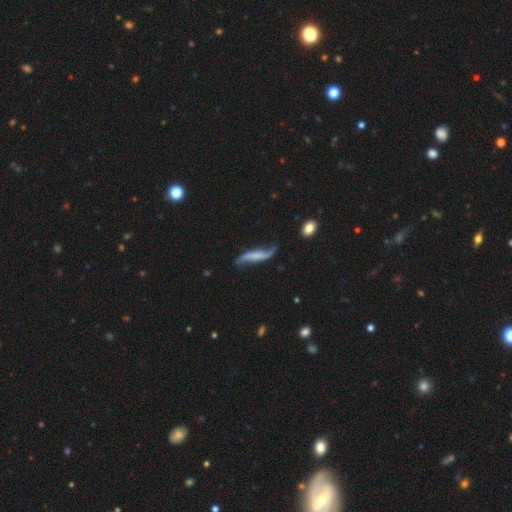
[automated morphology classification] Smooth or featured: featured or disk — 76% (smooth — 17%)
Edge-on disk: no — 78% (yes — 22%)
Bar: no — 47% (weak — 29%)
Spiral arms: yes — 92% (no — 8%)
Spiral winding: loose — 94% (medium — 4%)
Spiral arm count: 2 — 91% (1 — 4%)
Bulge size: none — 58% (small — 25%)
Merging: none — 62% (minor disturbance — 22%)